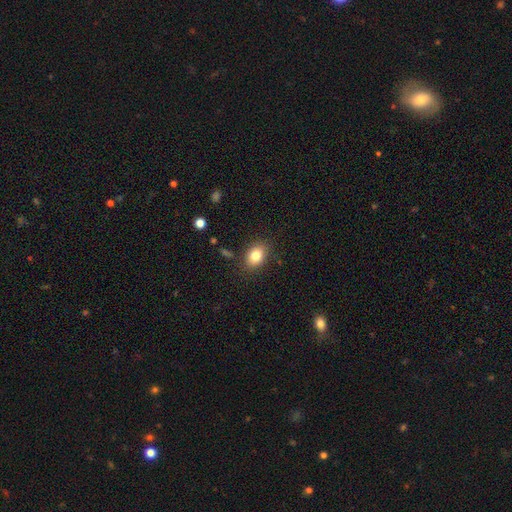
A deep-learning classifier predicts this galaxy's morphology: A smooth galaxy with no disk features (81%) that is in between round and cigar-shaped (70%).

Vote fractions:
- Smooth or featured? smooth: 81% / star or artifact: 10% / featured or disk: 9%
- How rounded? in between: 70% / round: 29% / cigar-shaped: 1%
- Merging? none: 83% / minor disturbance: 12% / major disturbance: 3% / merger: 2%